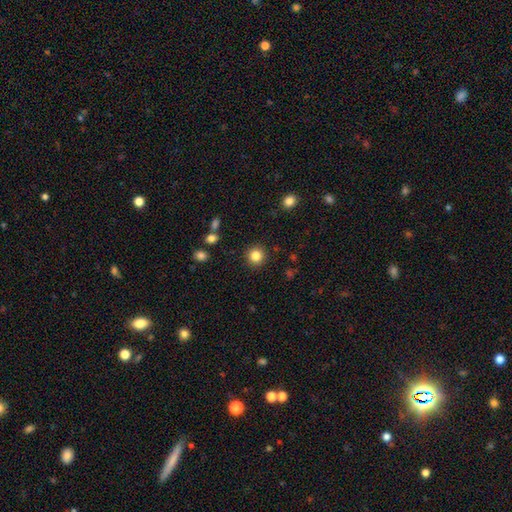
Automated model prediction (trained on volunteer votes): A smooth galaxy with no disk features (84%) that is round (93%). Merging: none (91%).